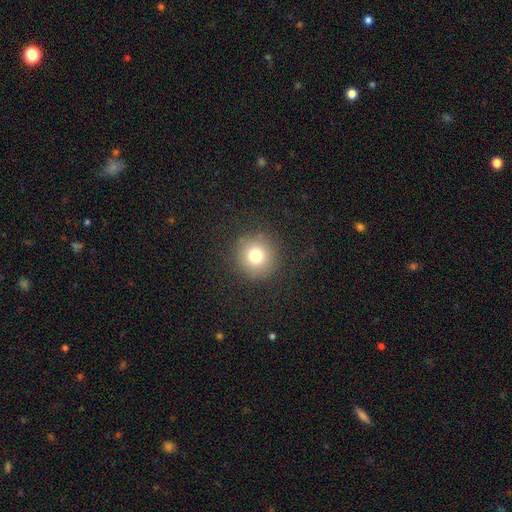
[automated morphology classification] A smooth galaxy with no disk features (76%) that is round (95%).

Vote fractions:
- Smooth or featured? smooth: 76% / star or artifact: 14% / featured or disk: 10%
- How rounded? round: 95% / in between: 4% / cigar-shaped: 1%
- Merging? none: 90% / minor disturbance: 6% / major disturbance: 3% / merger: 1%